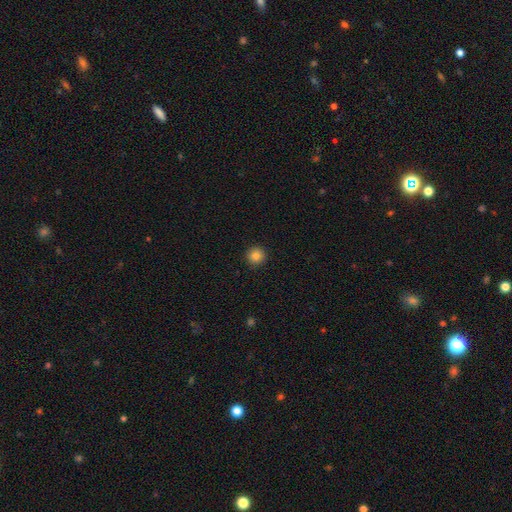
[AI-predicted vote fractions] Morphology: type=smooth (84%); roundness=round (95%); merging=none (93%).